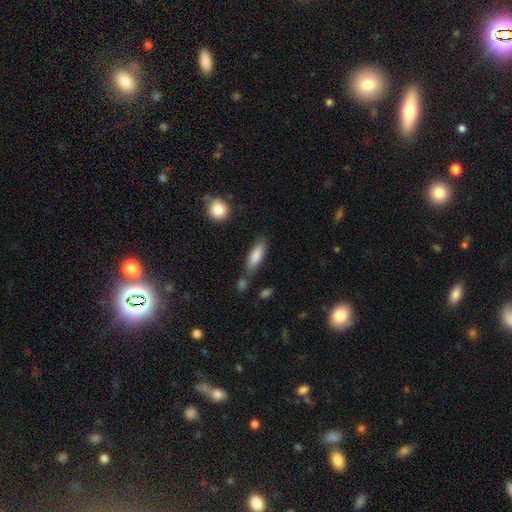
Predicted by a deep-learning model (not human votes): This is clearly a smooth galaxy (84%). How rounded: possibly in between (57%). Merging: likely none (69%).